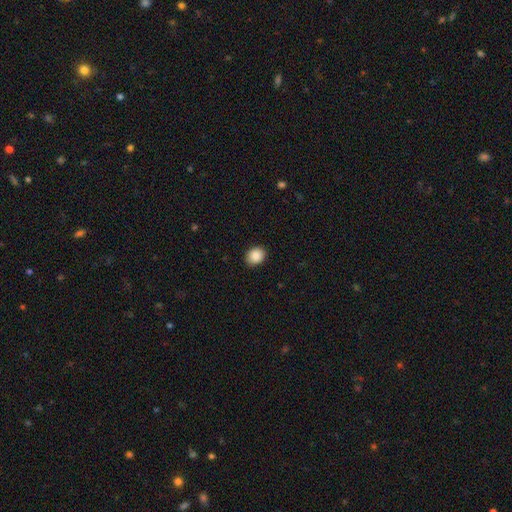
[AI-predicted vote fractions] This is clearly a smooth galaxy (89%). How rounded: possibly round (57%). Merging: clearly none (89%).